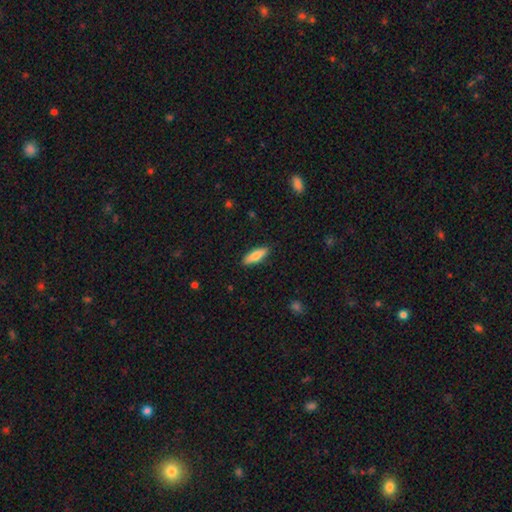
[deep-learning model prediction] Q: Smooth or featured?
A: smooth (77%); runner-up: featured or disk (17%)
Q: How rounded?
A: in between (49%); tied with: cigar-shaped (49%)
Q: Merging?
A: none (88%); runner-up: minor disturbance (9%)